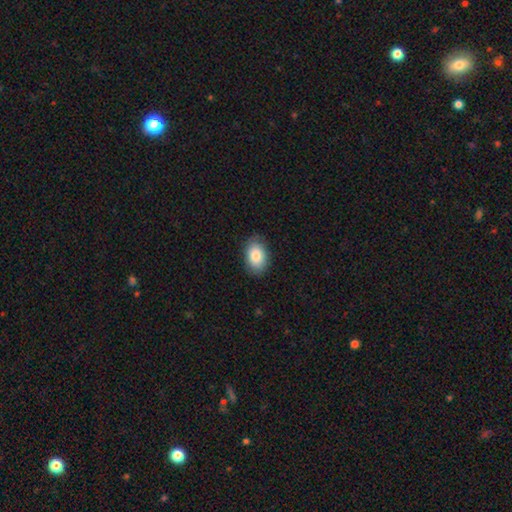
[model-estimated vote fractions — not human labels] Smooth or featured? smooth (85%)
How rounded? in between (88%)
Merging? none (84%)